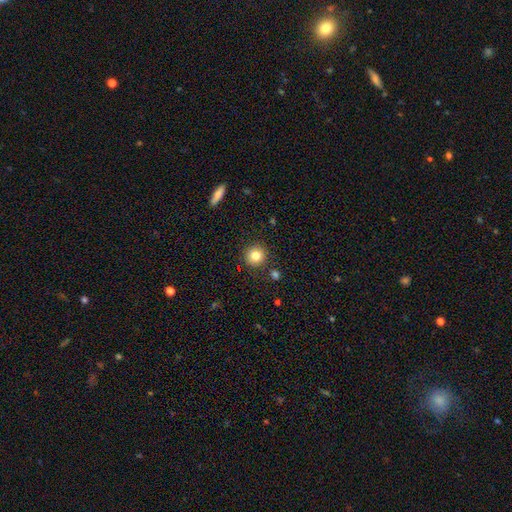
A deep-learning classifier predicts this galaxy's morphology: The model was most divided on "smooth or featured": smooth: 82%, star or artifact: 11%, featured or disk: 7%. More confident: how rounded — round (92%); merging — none (88%).